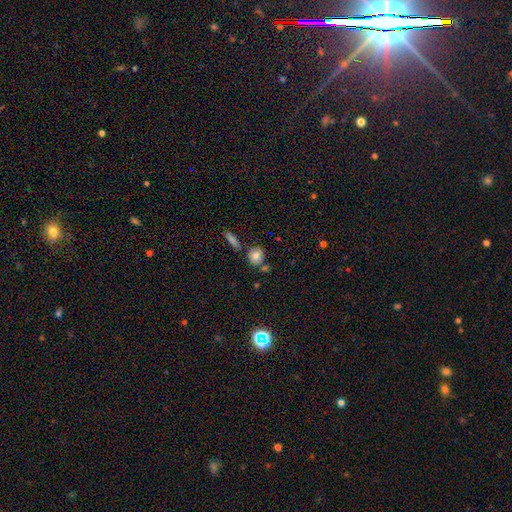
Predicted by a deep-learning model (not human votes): A smooth galaxy with no disk features (80%) that is round (77%).

Vote fractions:
- Smooth or featured? smooth: 80% / featured or disk: 10% / star or artifact: 10%
- How rounded? round: 77% / in between: 21% / cigar-shaped: 2%
- Merging? none: 71% / merger: 14% / minor disturbance: 12% / major disturbance: 3%